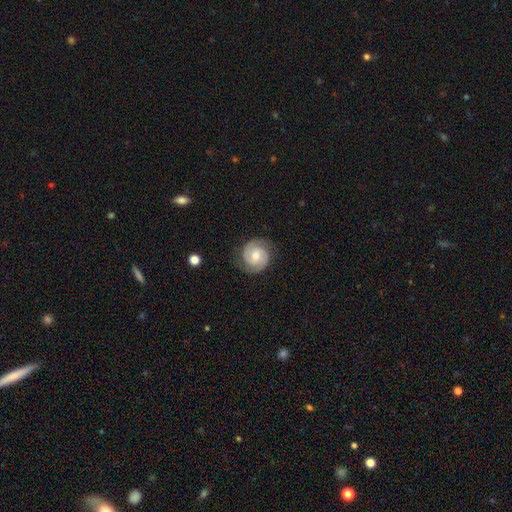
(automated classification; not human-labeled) This appears to be a featured or disk galaxy (75%) with no bar (61%), 2 (88%) tight (60%) spiral arms (94%) and a moderate central bulge (60%). Merging: none (81%).